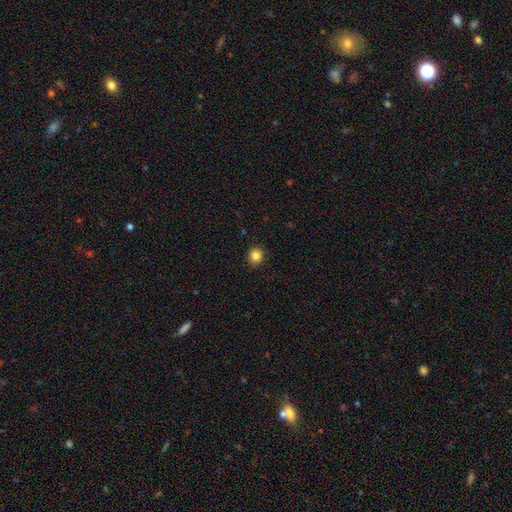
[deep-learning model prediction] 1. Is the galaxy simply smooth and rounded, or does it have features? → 84% smooth, 11% star or artifact, 5% featured or disk.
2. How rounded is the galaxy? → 80% round, 19% in between, 1% cigar-shaped.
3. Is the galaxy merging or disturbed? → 91% none, 6% minor disturbance, 2% major disturbance, 1% merger.